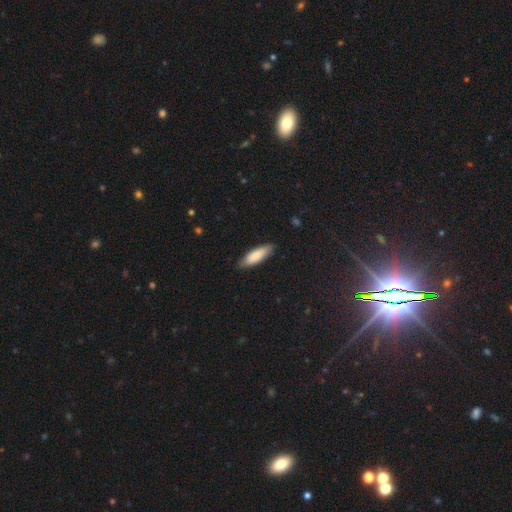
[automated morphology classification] This appears to be a smooth galaxy with no disk features (81%) that is cigar-shaped (50%). Merging: none (84%).